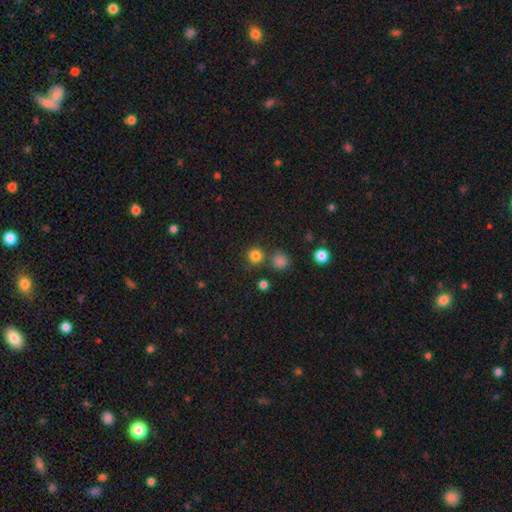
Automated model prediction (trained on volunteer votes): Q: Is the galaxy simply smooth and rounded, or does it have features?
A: smooth — 81%.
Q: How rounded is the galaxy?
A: round — 94%.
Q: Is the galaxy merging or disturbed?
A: none — 79%.